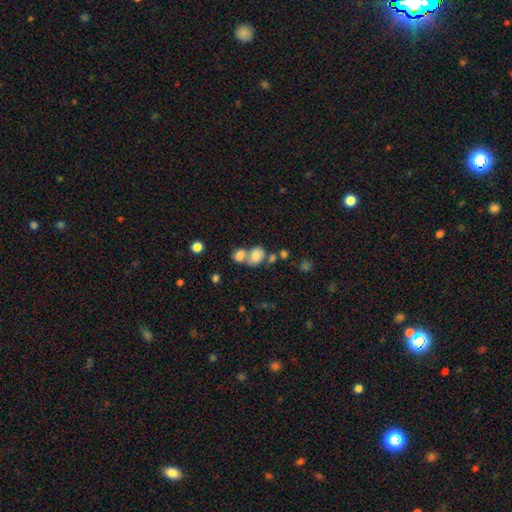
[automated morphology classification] Smooth or featured: smooth — 76% (featured or disk — 14%)
How rounded: in between — 62% (round — 37%)
Merging: merger — 57% (none — 29%)